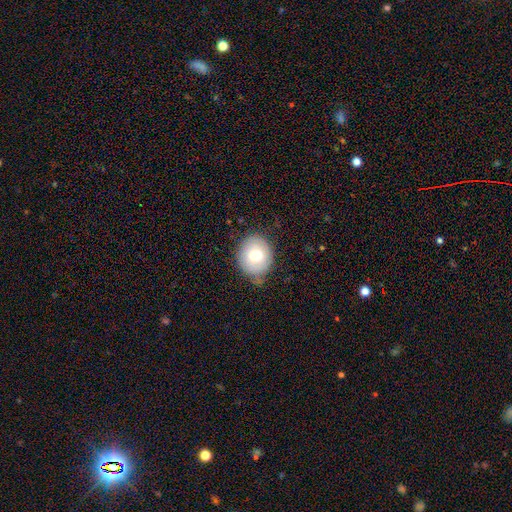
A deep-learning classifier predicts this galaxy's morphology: The model was most divided on "merging": none: 69%, minor disturbance: 23%, major disturbance: 5%, merger: 3%. More confident: smooth or featured — smooth (73%); how rounded — round (73%).